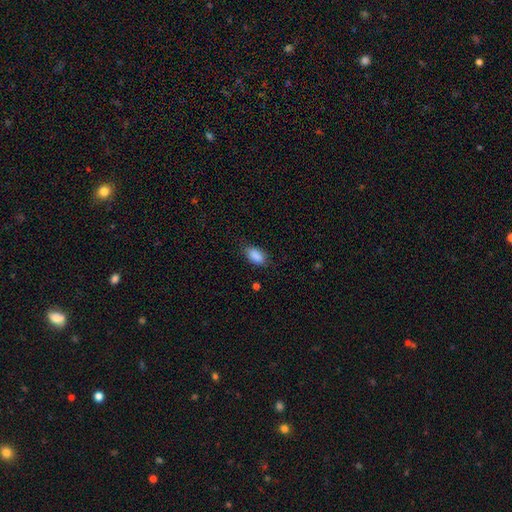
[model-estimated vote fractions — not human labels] smooth_or_featured: smooth (p=0.89) [alt: star or artifact p=0.07]
how_rounded: in between (p=0.90) [alt: cigar-shaped p=0.06]
merging: none (p=0.78) [alt: minor disturbance p=0.17]